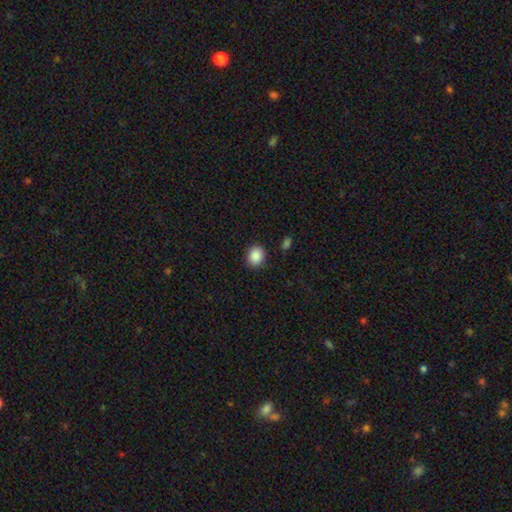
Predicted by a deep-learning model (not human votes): smooth_or_featured: smooth (p=0.88) [alt: star or artifact p=0.08]
how_rounded: round (p=0.62) [alt: in between p=0.37]
merging: none (p=0.88) [alt: minor disturbance p=0.08]